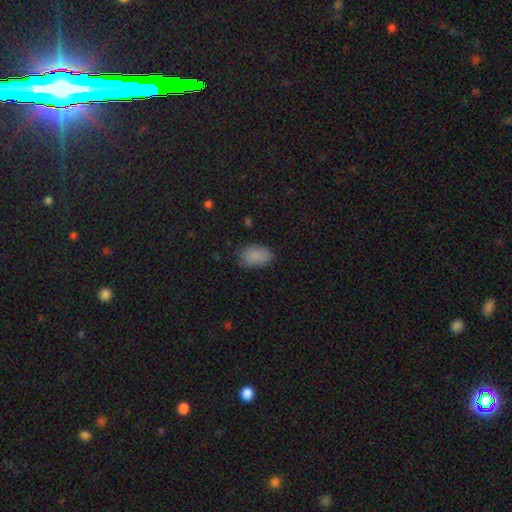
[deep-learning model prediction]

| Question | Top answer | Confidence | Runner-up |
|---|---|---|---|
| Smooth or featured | smooth | 87% | star or artifact (8%) |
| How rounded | in between | 91% | round (8%) |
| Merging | none | 80% | minor disturbance (15%) |